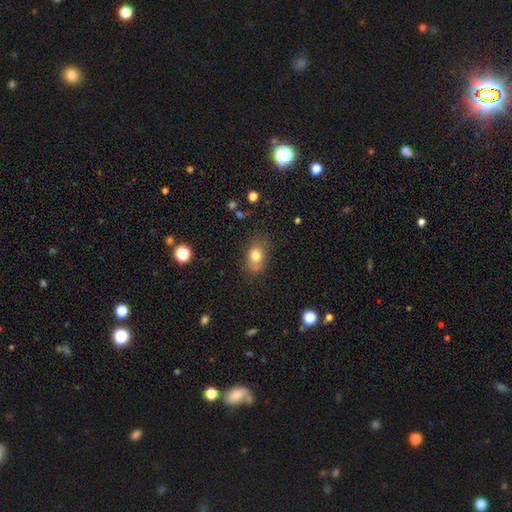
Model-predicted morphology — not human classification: A smooth galaxy with no disk features (77%) that is in between round and cigar-shaped (61%).

Vote fractions:
- Smooth or featured? smooth: 77% / featured or disk: 12% / star or artifact: 12%
- How rounded? in between: 61% / round: 37% / cigar-shaped: 2%
- Merging? none: 63% / minor disturbance: 24% / major disturbance: 8% / merger: 6%